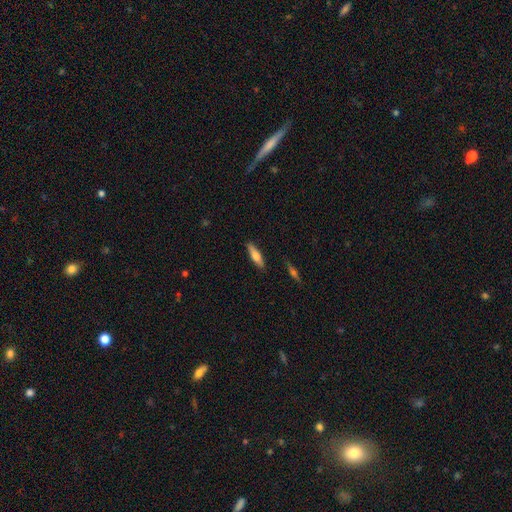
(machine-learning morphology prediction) The model was most divided on "smooth or featured": smooth: 61%, featured or disk: 32%, star or artifact: 6%. More confident: merging — none (86%); how rounded — cigar-shaped (65%).